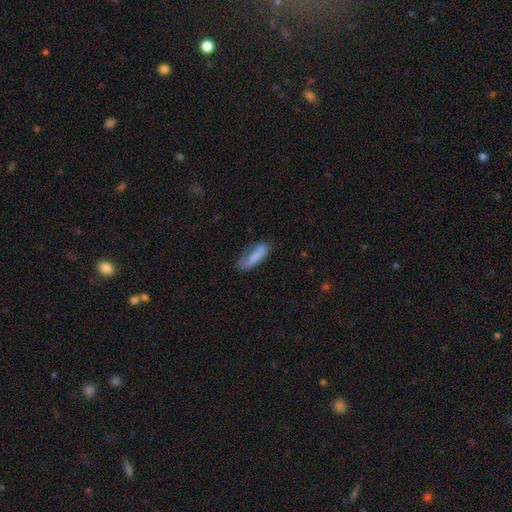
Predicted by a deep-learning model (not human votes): Smooth or featured? Predicted: smooth (p=0.76). How rounded? Predicted: cigar-shaped (p=0.56). Merging? Predicted: none (p=0.55).